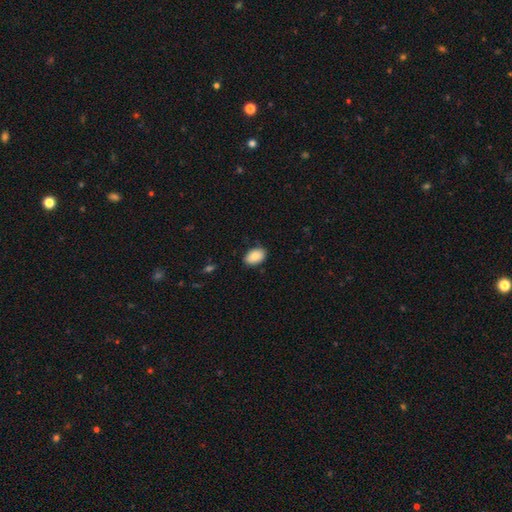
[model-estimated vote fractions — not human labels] Overall: smooth (88%). How rounded: in between (90%). Merging: none (84%).